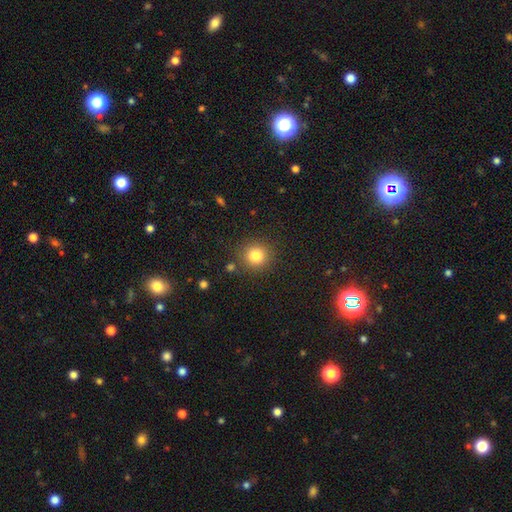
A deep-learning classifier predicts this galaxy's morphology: Smooth or featured?
  - smooth: 82% *
  - star or artifact: 12%
  - featured or disk: 6%
How rounded?
  - round: 91% *
  - in between: 8%
  - cigar-shaped: 1%
Merging?
  - none: 85% *
  - minor disturbance: 8%
  - merger: 3%
  - major disturbance: 3%